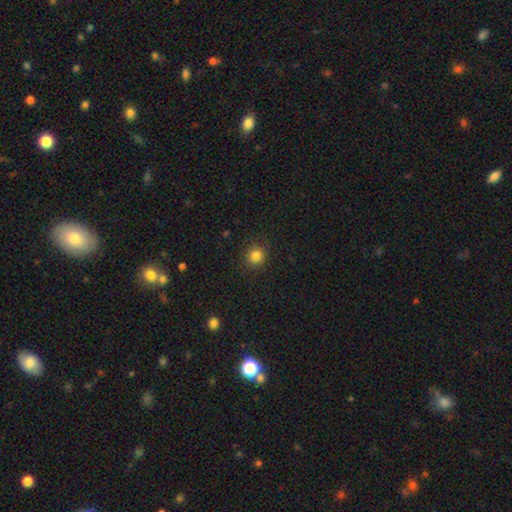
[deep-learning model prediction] smooth-or-featured: smooth: 83% | star or artifact: 12% | featured or disk: 4%
  how-rounded: round: 89% | in between: 11% | cigar-shaped: 1%
  merging: none: 88% | minor disturbance: 9% | major disturbance: 3% | merger: 1%